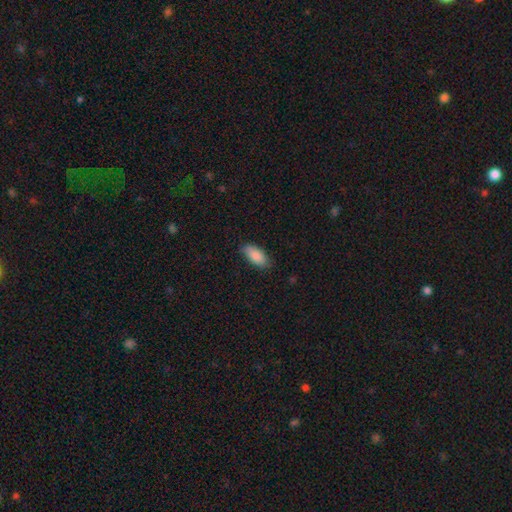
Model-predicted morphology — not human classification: smooth_or_featured: smooth (p=0.86) [alt: featured or disk p=0.08]
how_rounded: in between (p=0.89) [alt: cigar-shaped p=0.09]
merging: none (p=0.79) [alt: minor disturbance p=0.17]